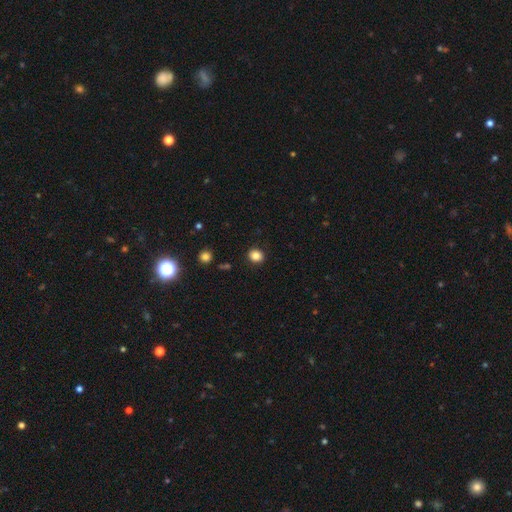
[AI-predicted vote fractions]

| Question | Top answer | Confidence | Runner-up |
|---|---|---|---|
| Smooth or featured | smooth | 84% | star or artifact (11%) |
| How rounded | round | 74% | in between (25%) |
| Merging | none | 90% | minor disturbance (7%) |